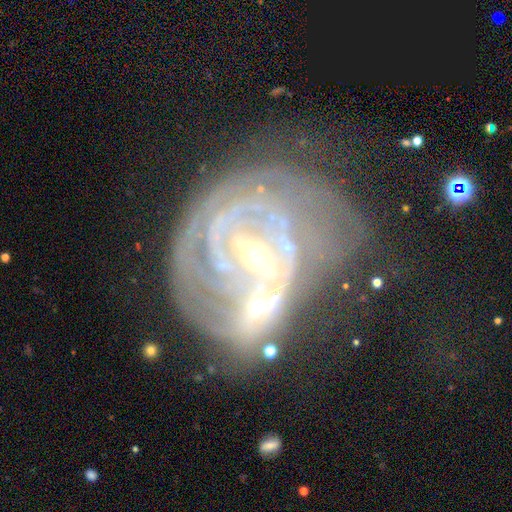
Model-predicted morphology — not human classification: Smooth or featured? Predicted: featured or disk (p=0.85). Edge-on disk? Predicted: no (p=0.97). Bar? Predicted: weak (p=0.39). Spiral arms? Predicted: yes (p=0.86). Spiral winding? Predicted: tight (p=0.67). Spiral arm count? Predicted: can't tell (p=0.43). Bulge size? Predicted: small (p=0.63). Merging? Predicted: merger (p=0.41).